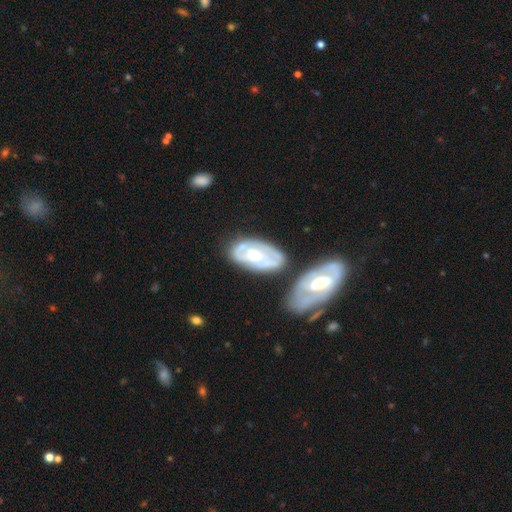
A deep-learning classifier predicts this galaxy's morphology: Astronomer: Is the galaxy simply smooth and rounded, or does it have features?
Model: featured or disk — 71%.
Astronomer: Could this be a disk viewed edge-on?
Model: no — 92%.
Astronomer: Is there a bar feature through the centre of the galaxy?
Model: no — 67%.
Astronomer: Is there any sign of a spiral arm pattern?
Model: yes — 70%.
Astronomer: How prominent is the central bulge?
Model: moderate — 52%.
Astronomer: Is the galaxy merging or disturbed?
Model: none — 52%.